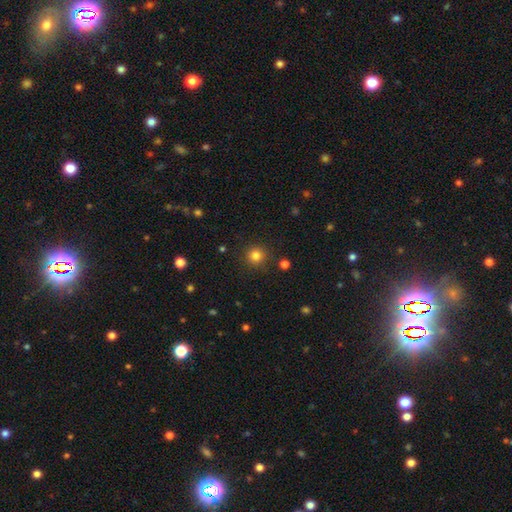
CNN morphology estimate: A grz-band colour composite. It shows a smooth galaxy with no disk features (82%) that is round (95%). Merging: none (90%).